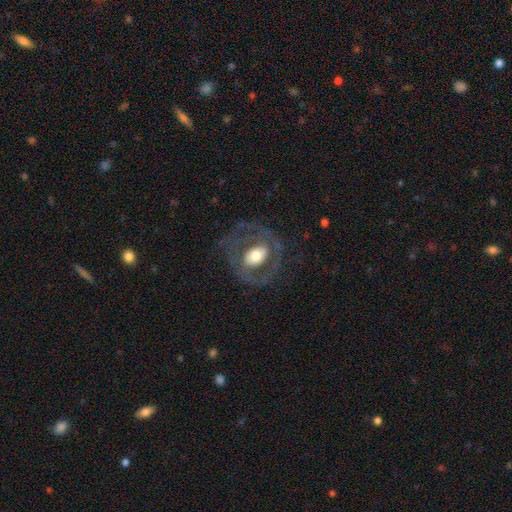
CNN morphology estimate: Smooth or featured? featured or disk (63%)
Edge-on disk? no (95%)
Bar? no (52%)
Spiral arms? no (54%)
Bulge size? moderate (57%)
Merging? none (67%)